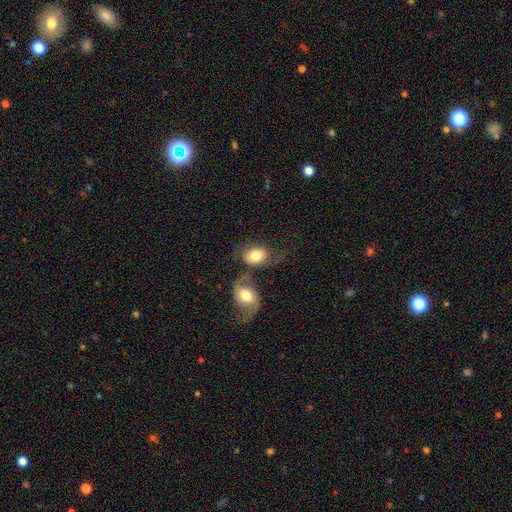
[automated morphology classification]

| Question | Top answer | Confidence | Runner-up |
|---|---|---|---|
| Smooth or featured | smooth | 73% | featured or disk (20%) |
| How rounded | in between | 68% | round (31%) |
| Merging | merger | 40% | none (35%) |